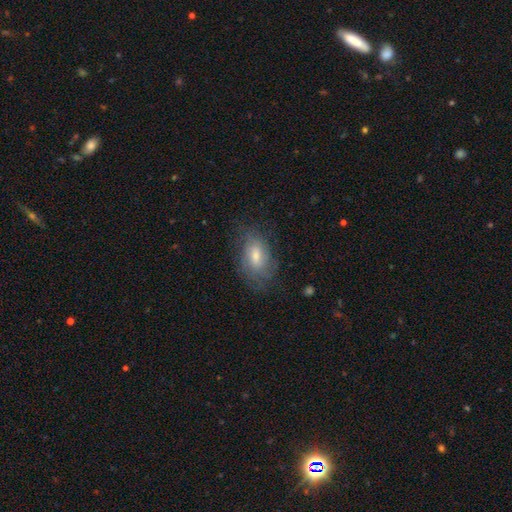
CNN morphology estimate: A featured or disk galaxy (46%).

Vote fractions:
- Smooth or featured? featured or disk: 46% / smooth: 44% / star or artifact: 10%
- Merging? none: 70% / minor disturbance: 20% / major disturbance: 9% / merger: 1%